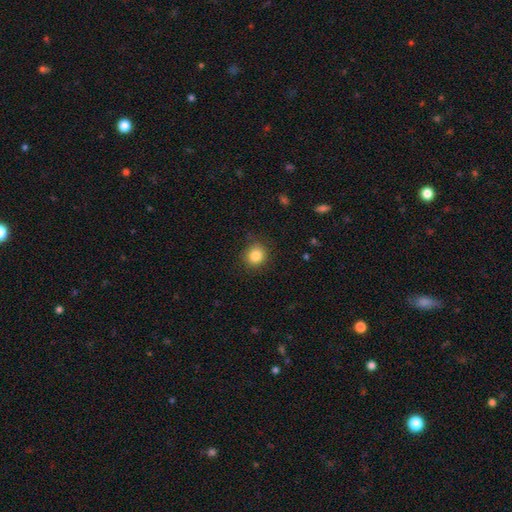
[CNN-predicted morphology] Smooth or featured? smooth (84%)
How rounded? round (87%)
Merging? none (85%)